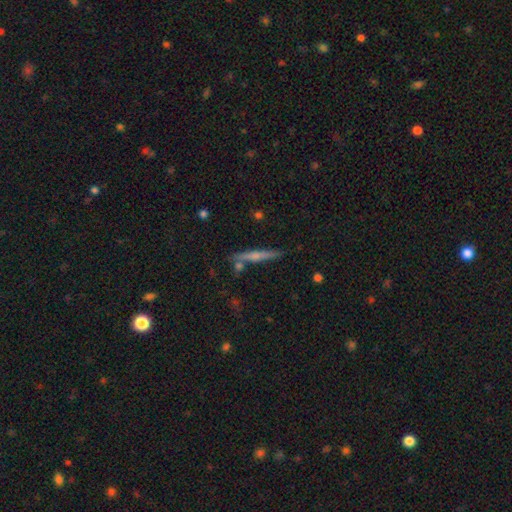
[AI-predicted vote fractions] Smooth or featured: featured or disk — 51% (smooth — 42%)
Edge-on disk: yes — 96% (no — 4%)
Merging: none — 82% (minor disturbance — 10%)